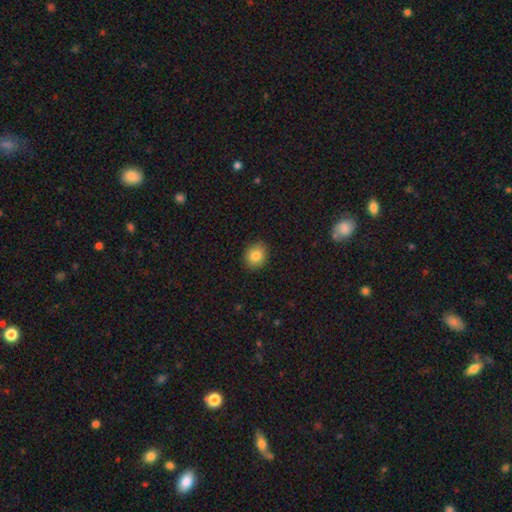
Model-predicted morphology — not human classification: smooth_or_featured: smooth (p=0.84) [alt: star or artifact p=0.09]
how_rounded: round (p=0.68) [alt: in between p=0.32]
merging: none (p=0.90) [alt: minor disturbance p=0.07]